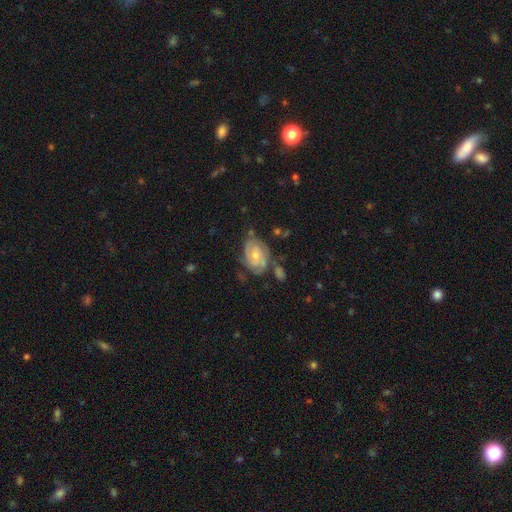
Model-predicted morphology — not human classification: smooth_or_featured: featured or disk (p=0.71) [alt: smooth p=0.23]
disk_edge_on: no (p=0.97) [alt: yes p=0.03]
bar: no (p=0.69) [alt: weak p=0.26]
has_spiral_arms: yes (p=0.89) [alt: no p=0.11]
spiral_winding: tight (p=0.60) [alt: medium p=0.31]
spiral_arm_count: 2 (p=0.38) [alt: can't tell p=0.32]
bulge_size: small (p=0.52) [alt: moderate p=0.43]
merging: none (p=0.53) [alt: minor disturbance p=0.25]